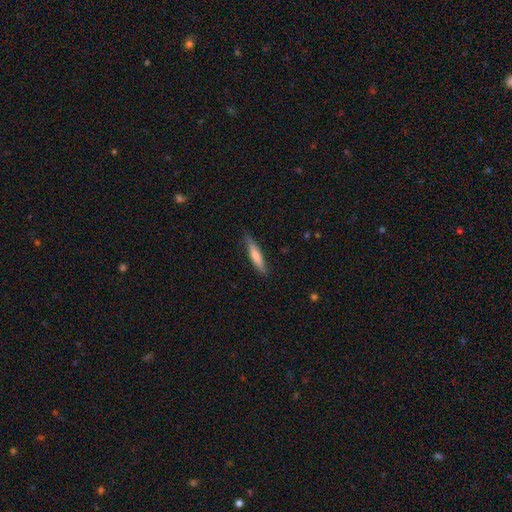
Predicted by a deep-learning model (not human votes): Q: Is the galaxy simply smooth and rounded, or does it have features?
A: smooth — 67%.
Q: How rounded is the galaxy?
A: cigar-shaped — 87%.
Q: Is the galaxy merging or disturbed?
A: none — 80%.